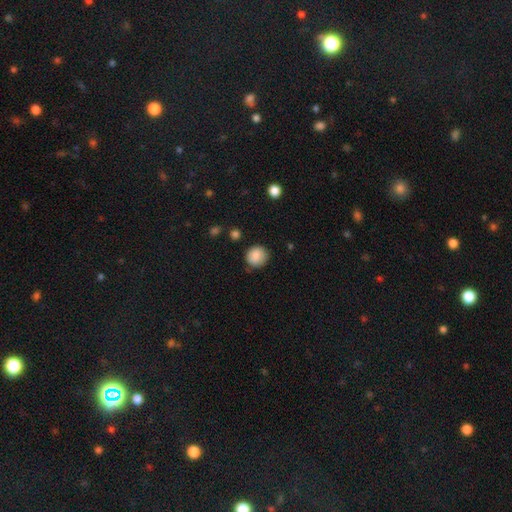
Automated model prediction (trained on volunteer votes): Q: Smooth or featured?
A: smooth (86%); runner-up: star or artifact (8%)
Q: How rounded?
A: round (85%); runner-up: in between (14%)
Q: Merging?
A: none (80%); runner-up: minor disturbance (15%)